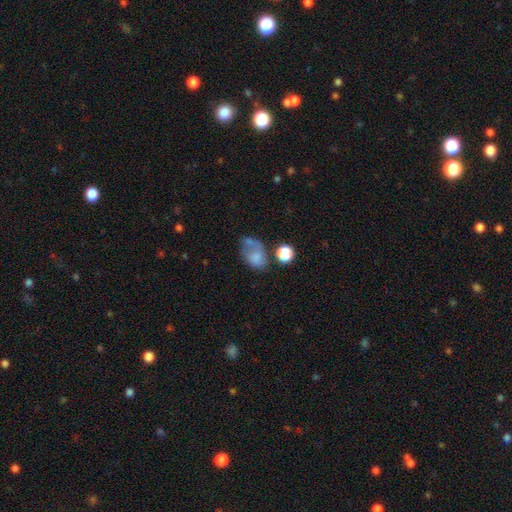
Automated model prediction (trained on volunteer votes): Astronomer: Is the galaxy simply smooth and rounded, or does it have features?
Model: smooth — 61%.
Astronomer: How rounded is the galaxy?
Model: in between — 71%.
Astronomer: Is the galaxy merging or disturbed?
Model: none — 29% (runner-up: major disturbance, 24%).